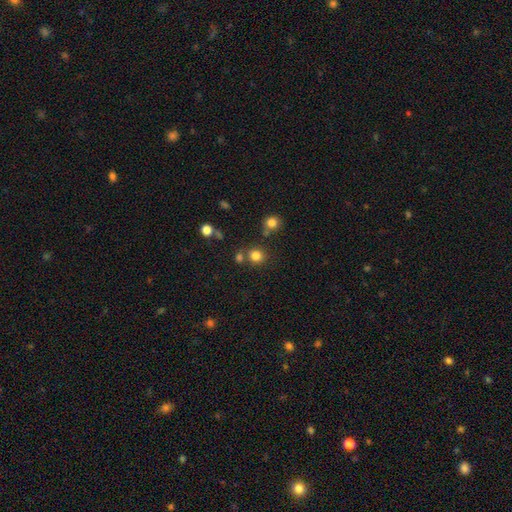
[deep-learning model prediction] Smooth or featured: smooth — 80% (star or artifact — 14%)
How rounded: round — 87% (in between — 12%)
Merging: none — 72% (merger — 15%)